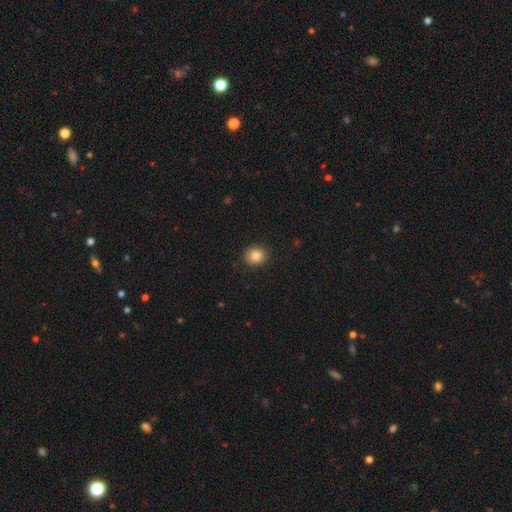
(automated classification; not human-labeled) Smooth or featured: smooth — 84% (star or artifact — 10%)
How rounded: round — 83% (in between — 16%)
Merging: none — 90% (minor disturbance — 7%)